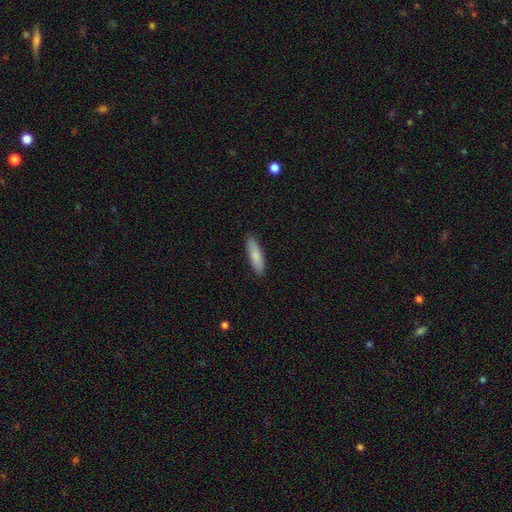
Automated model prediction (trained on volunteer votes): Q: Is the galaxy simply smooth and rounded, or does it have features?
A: smooth — 84%.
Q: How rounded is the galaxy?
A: cigar-shaped — 66%.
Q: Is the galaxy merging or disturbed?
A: none — 90%.